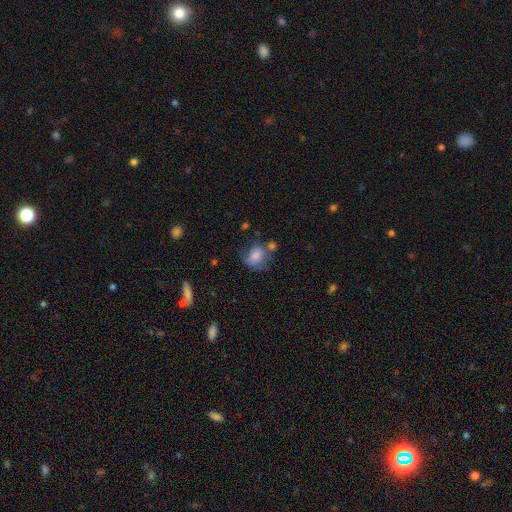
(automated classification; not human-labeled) The model was most divided on "how rounded": round: 54%, in between: 45%, cigar-shaped: 1%. Remaining: smooth or featured — smooth (69%); merging — none (45%).